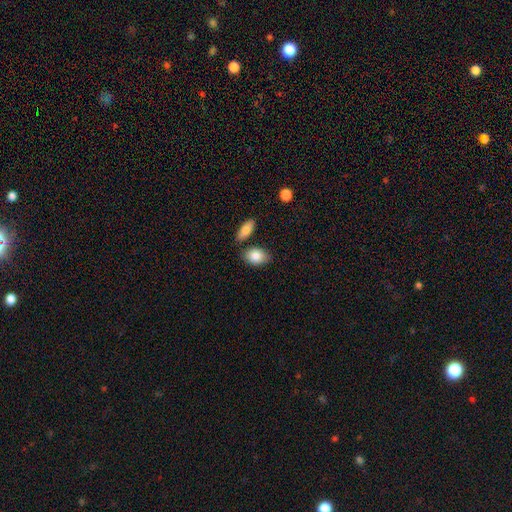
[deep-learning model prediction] A smooth galaxy with no disk features (84%) that is in between round and cigar-shaped (86%). Merging: none (73%).